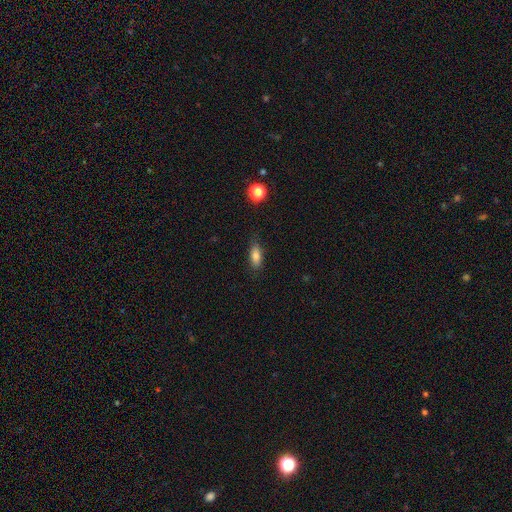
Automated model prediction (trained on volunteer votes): A smooth galaxy with no disk features (80%) that is in between round and cigar-shaped (78%). Merging: none (80%).